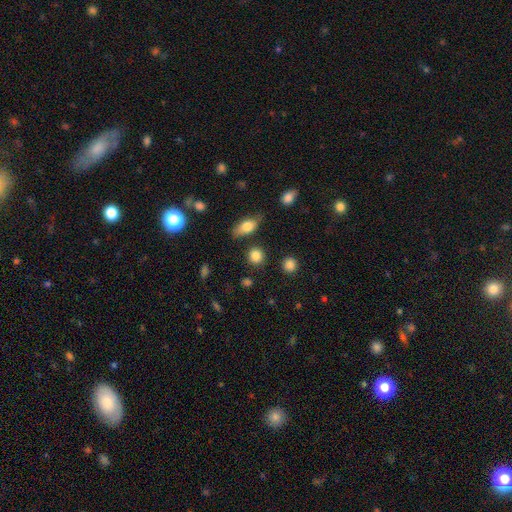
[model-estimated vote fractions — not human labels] A smooth galaxy with no disk features (84%) that is round (84%). Merging: none (84%).